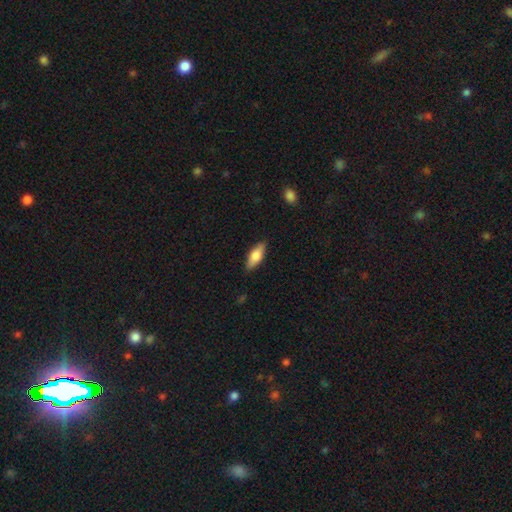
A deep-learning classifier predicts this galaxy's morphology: smooth-or-featured: smooth: 69% | featured or disk: 25% | star or artifact: 6%
  how-rounded: in between: 70% | cigar-shaped: 27% | round: 3%
  merging: none: 87% | minor disturbance: 10% | major disturbance: 2% | merger: 1%